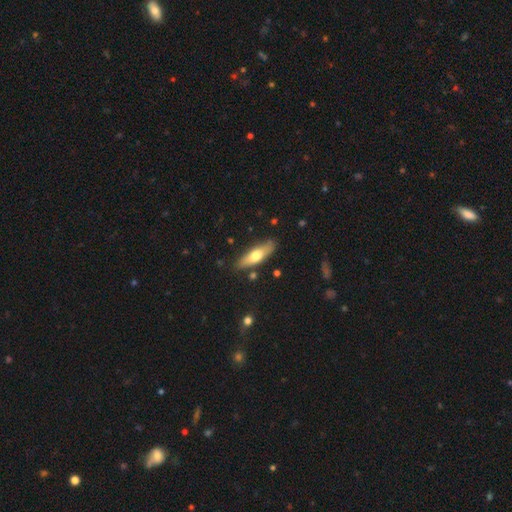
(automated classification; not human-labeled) Smooth or featured? smooth (59%)
How rounded? cigar-shaped (57%)
Merging? none (83%)